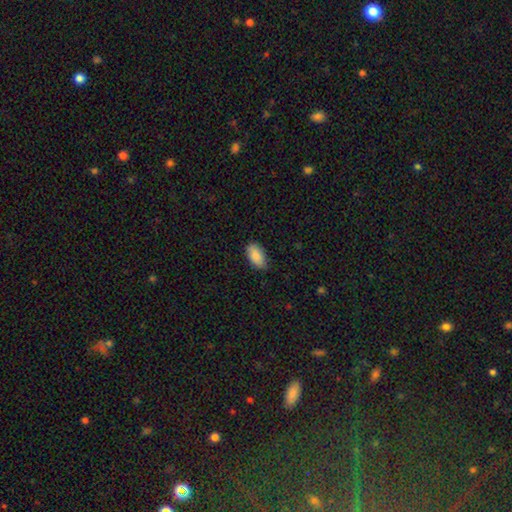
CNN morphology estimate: type=smooth (88%); roundness=in between (94%); merging=none (81%).